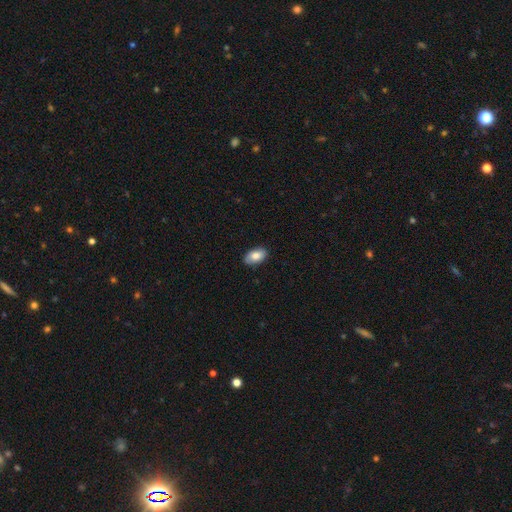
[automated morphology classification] Overall: smooth (81%). How rounded: in between (93%). Merging: none (85%).